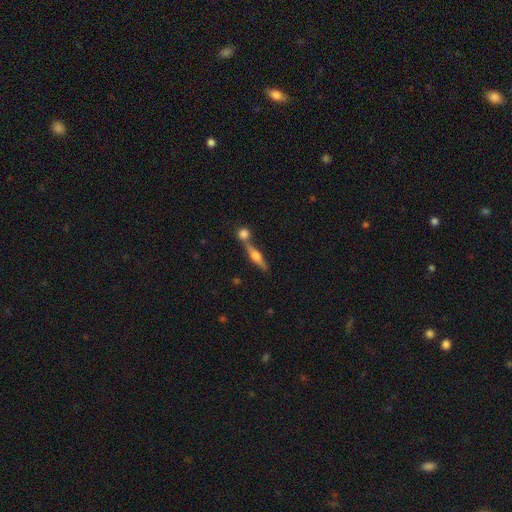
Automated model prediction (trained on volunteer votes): smooth_or_featured: featured or disk (p=0.59) [alt: smooth p=0.33]
disk_edge_on: yes (p=0.93) [alt: no p=0.07]
edge_on_bulge: rounded (p=0.91) [alt: boxy p=0.06]
merging: none (p=0.58) [alt: merger p=0.29]